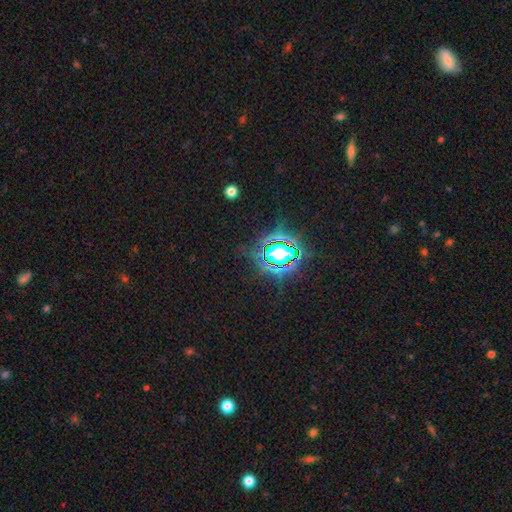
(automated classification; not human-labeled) The model was most divided on "smooth or featured": star or artifact: 78%, smooth: 13%, featured or disk: 9%.